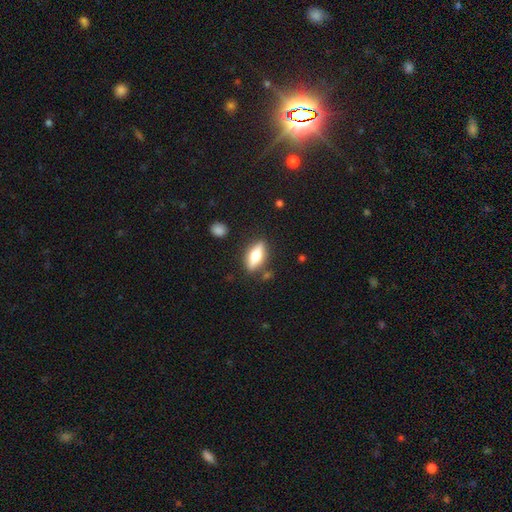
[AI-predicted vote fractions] Q: Smooth or featured?
A: smooth (53%); runner-up: featured or disk (40%)
Q: How rounded?
A: in between (67%); runner-up: cigar-shaped (29%)
Q: Merging?
A: none (82%); runner-up: minor disturbance (11%)